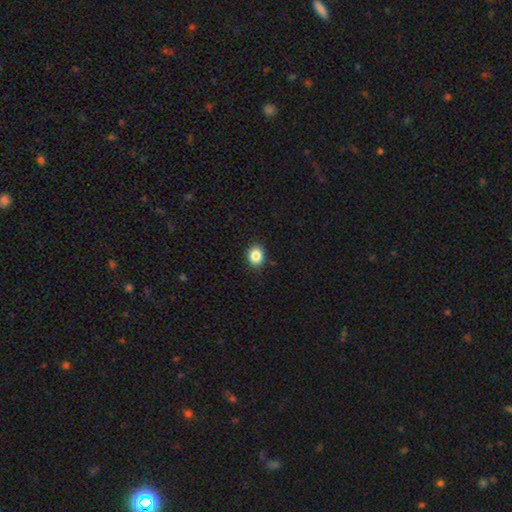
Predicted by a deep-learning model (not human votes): smooth-or-featured: smooth: 87% | star or artifact: 9% | featured or disk: 4%
  how-rounded: round: 63% | in between: 36% | cigar-shaped: 1%
  merging: none: 90% | minor disturbance: 7% | major disturbance: 2% | merger: 1%